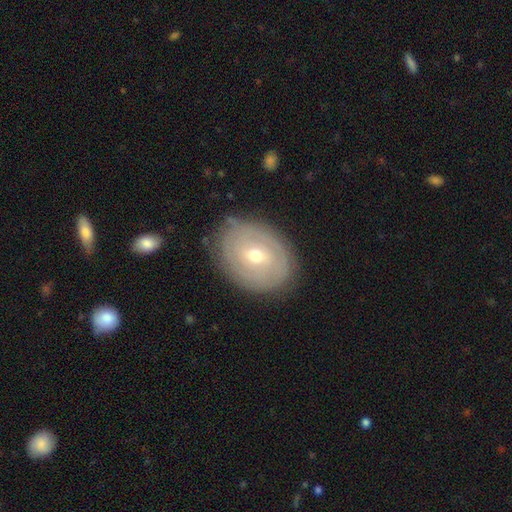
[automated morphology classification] A featured or disk galaxy (67%) with no bar (56%), spiral arms (70%) and a moderate central bulge (56%).

Vote fractions:
- Smooth or featured? featured or disk: 67% / smooth: 26% / star or artifact: 7%
- Edge-on disk? no: 95% / yes: 5%
- Bar? no: 56% / weak: 35% / strong: 8%
- Spiral arms? yes: 70% / no: 30%
- Bulge size? moderate: 56% / small: 41% / large: 2% / dominant: 1% / none: 1%
- Merging? none: 79% / minor disturbance: 16% / major disturbance: 4% / merger: 1%